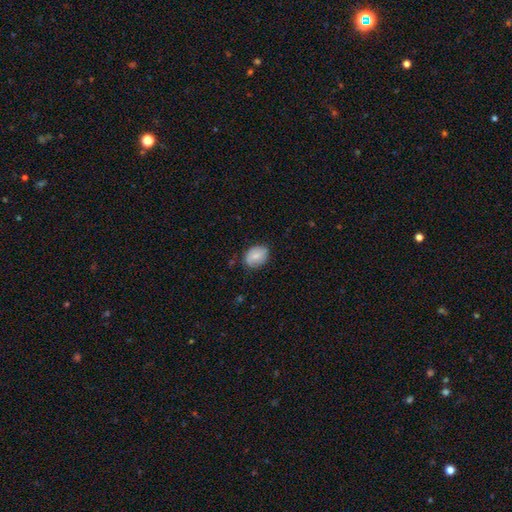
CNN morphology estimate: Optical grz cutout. It shows a smooth galaxy with no disk features (74%) that is in between round and cigar-shaped (70%). Merging: none (72%).